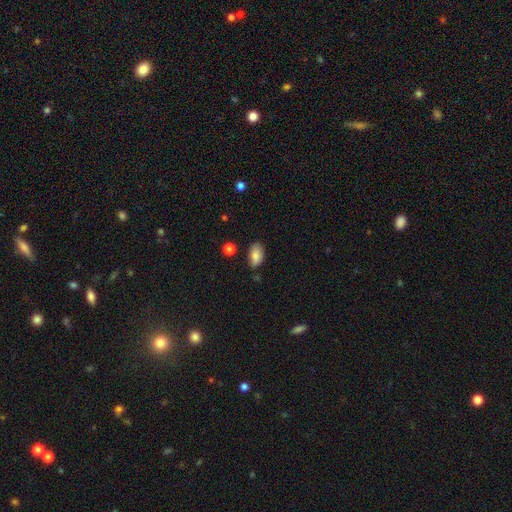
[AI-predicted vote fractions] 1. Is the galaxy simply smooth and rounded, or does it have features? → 85% smooth, 8% star or artifact, 7% featured or disk.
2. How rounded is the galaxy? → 92% in between, 5% round, 2% cigar-shaped.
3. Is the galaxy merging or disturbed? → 72% none, 22% minor disturbance, 4% major disturbance, 3% merger.